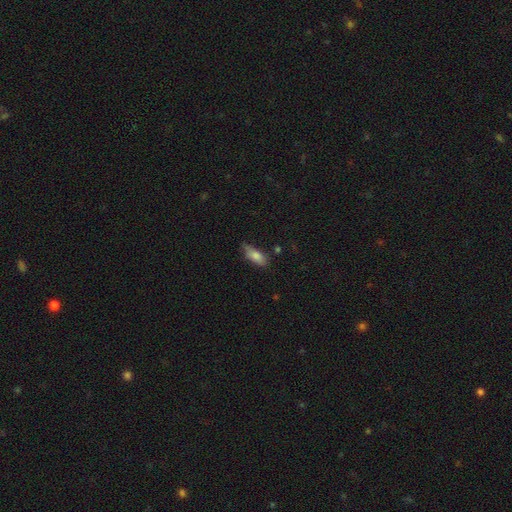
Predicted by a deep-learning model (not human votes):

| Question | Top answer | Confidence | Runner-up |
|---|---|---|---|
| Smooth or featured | smooth | 80% | featured or disk (13%) |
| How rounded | in between | 72% | cigar-shaped (26%) |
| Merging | none | 58% | minor disturbance (32%) |